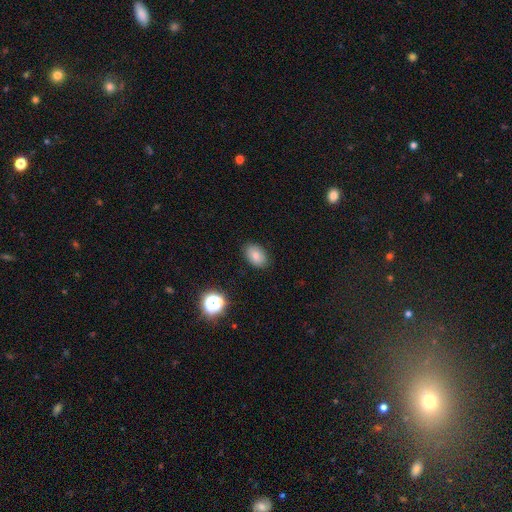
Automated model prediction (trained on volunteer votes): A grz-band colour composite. It shows a smooth galaxy with no disk features (79%) that is in between round and cigar-shaped (84%). Merging: none (87%).